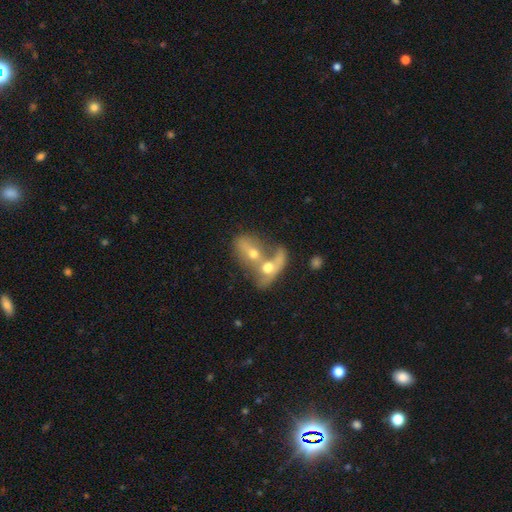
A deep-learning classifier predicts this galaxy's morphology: A featured or disk galaxy (48%).

Vote fractions:
- Smooth or featured? featured or disk: 48% / smooth: 41% / star or artifact: 11%
- Merging? merger: 76% / none: 15% / minor disturbance: 5% / major disturbance: 5%